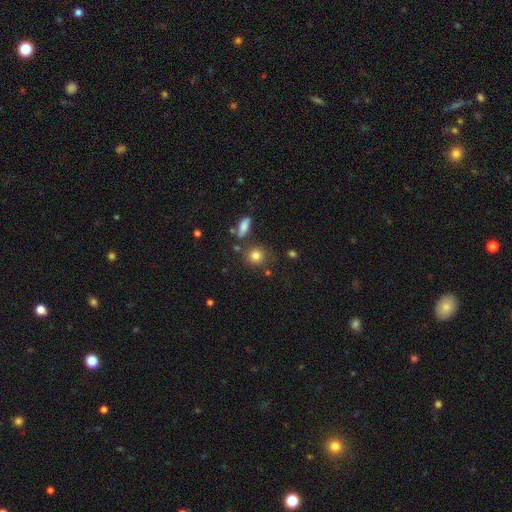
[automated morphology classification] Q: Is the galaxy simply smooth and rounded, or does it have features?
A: smooth — 80%.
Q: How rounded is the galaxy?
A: round — 85%.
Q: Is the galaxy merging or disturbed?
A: none — 78%.